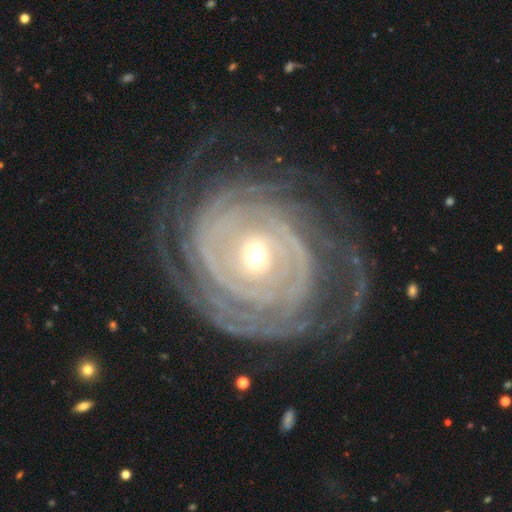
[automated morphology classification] A featured or disk galaxy (90%) with no bar (61%), can't tell (23%, tied with 2) tight (77%) spiral arms (96%) and a moderate central bulge (60%).

Vote fractions:
- Smooth or featured? featured or disk: 90% / star or artifact: 5% / smooth: 5%
- Edge-on disk? no: 97% / yes: 3%
- Bar? no: 61% / weak: 26% / strong: 14%
- Spiral arms? yes: 96% / no: 4%
- Spiral winding? tight: 77% / medium: 16% / loose: 7%
- Spiral arm count? can't tell: 23% (tied) / 2: 23% (tied) / 3: 16% / more than 4: 15% / 4: 13% / 1: 10%
- Bulge size? moderate: 60% / small: 33% / large: 5% / dominant: 1% / none: 1%
- Merging? none: 69% / minor disturbance: 15% / major disturbance: 14% / merger: 2%